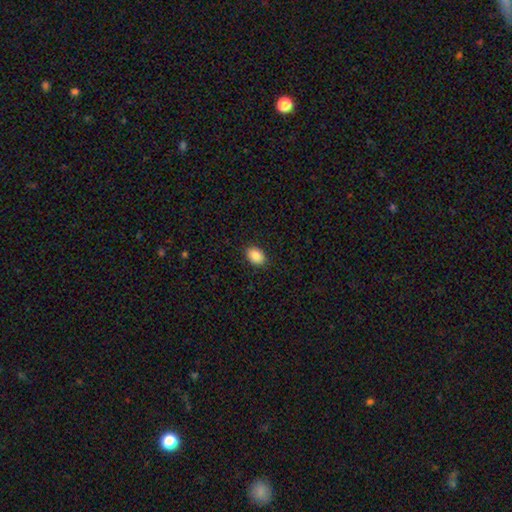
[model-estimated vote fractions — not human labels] Smooth or featured? Predicted: smooth (p=0.87). How rounded? Predicted: in between (p=0.79). Merging? Predicted: none (p=0.89).